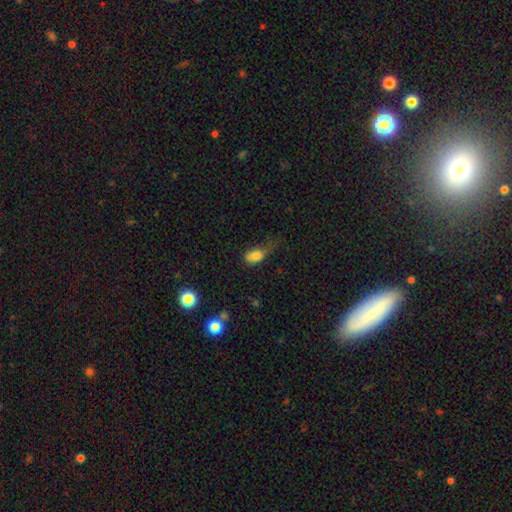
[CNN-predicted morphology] Smooth or featured? smooth (80%)
How rounded? in between (83%)
Merging? minor disturbance (36%)